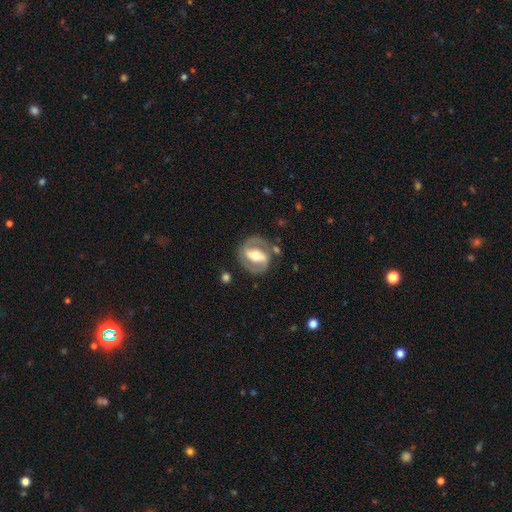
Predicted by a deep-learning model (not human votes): Morphology: type=featured or disk (85%); edge-on=no (97%); bar=strong (58%); spiral arms=yes (91%); winding=medium (52%); arm count=2 (91%); bulge=moderate (65%); merging=none (81%).